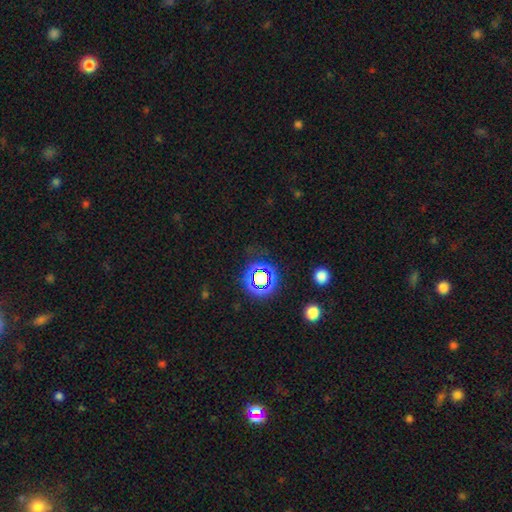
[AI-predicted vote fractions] Smooth or featured? Predicted: star or artifact (p=0.51).